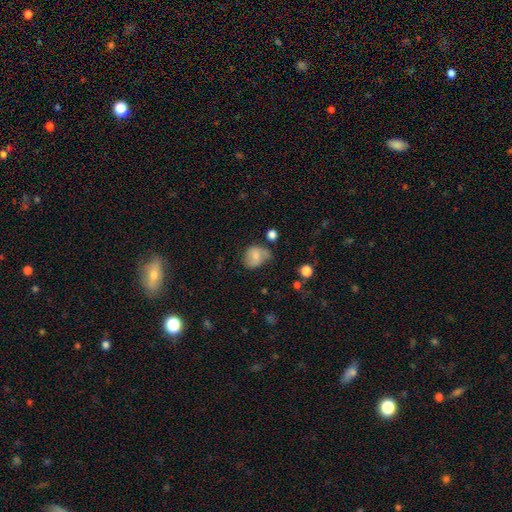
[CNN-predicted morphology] smooth-or-featured: smooth: 68% | featured or disk: 22% | star or artifact: 10%
  how-rounded: in between: 51% | round: 48% | cigar-shaped: 1%
  merging: none: 45% | minor disturbance: 35% | major disturbance: 15% | merger: 5%